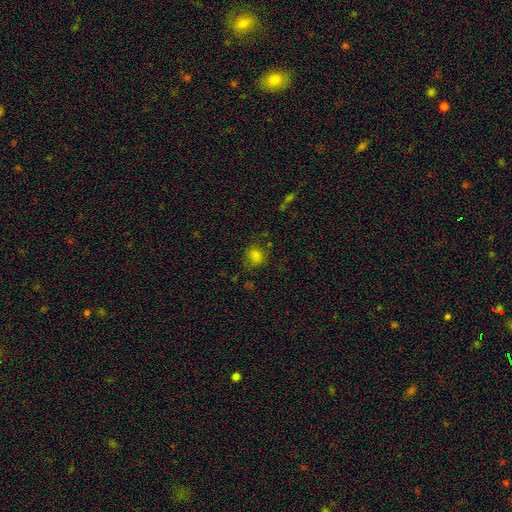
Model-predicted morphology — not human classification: Smooth or featured? Predicted: smooth (p=0.80). How rounded? Predicted: round (p=0.71). Merging? Predicted: none (p=0.71).